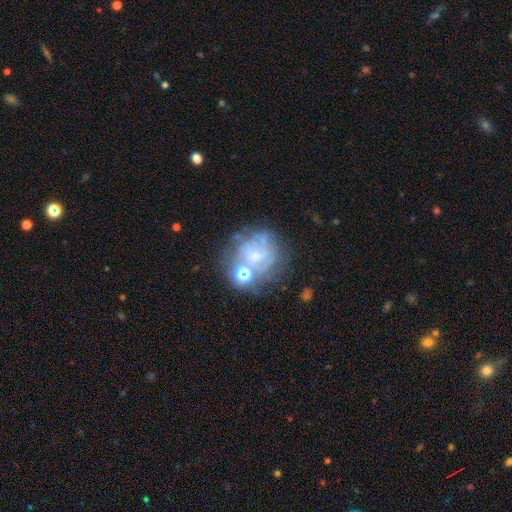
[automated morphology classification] Smooth or featured: featured or disk — 53% (smooth — 24%)
Edge-on disk: no — 97% (yes — 3%)
Bar: no — 71% (weak — 22%)
Spiral arms: yes — 52% (no — 48%)
Bulge size: small — 47% (moderate — 26%)
Merging: none — 54% (minor disturbance — 17%)